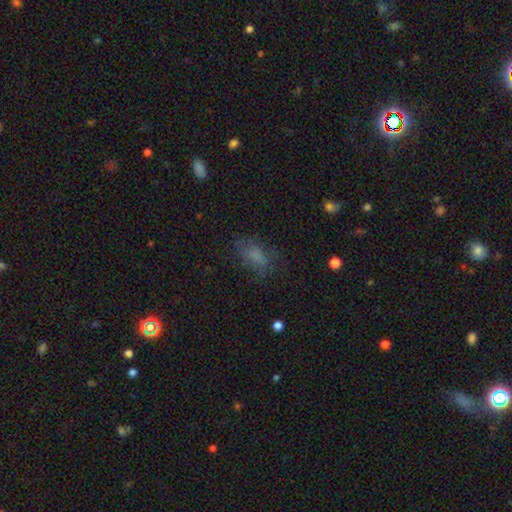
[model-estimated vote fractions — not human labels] A smooth galaxy with no disk features (70%) that is in between round and cigar-shaped (84%).

Vote fractions:
- Smooth or featured? smooth: 70% / star or artifact: 16% / featured or disk: 15%
- How rounded? in between: 84% / round: 10% / cigar-shaped: 6%
- Merging? none: 61% / minor disturbance: 22% / major disturbance: 15% / merger: 2%